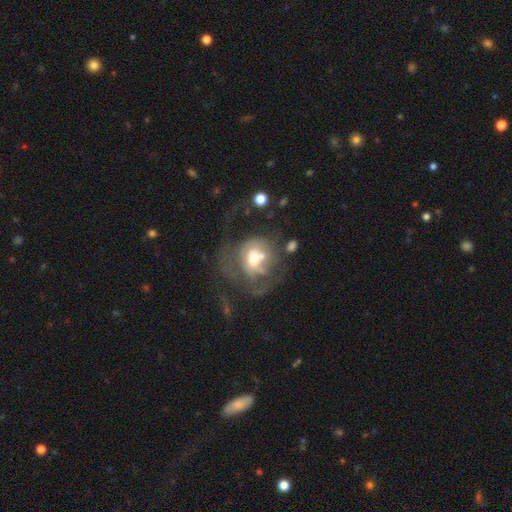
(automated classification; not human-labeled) This appears to be a featured or disk galaxy (62%) with no bar (62%), no spiral arms (50%, tied with yes) and a moderate central bulge (63%). Merging: major disturbance (47%).